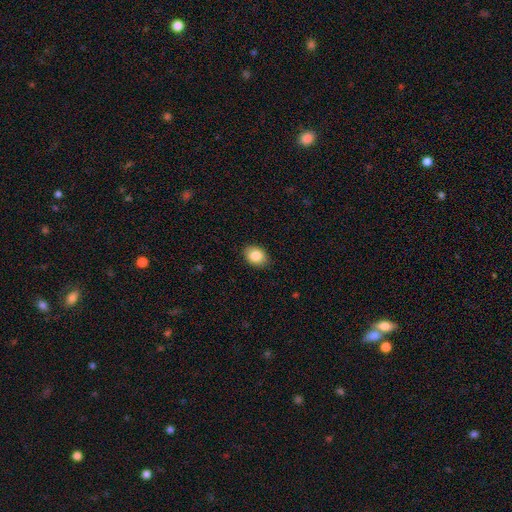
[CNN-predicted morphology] smooth 86%, star or artifact 8%, featured or disk 6%. Down the decision tree: how rounded — in between (70%); merging — none (87%).